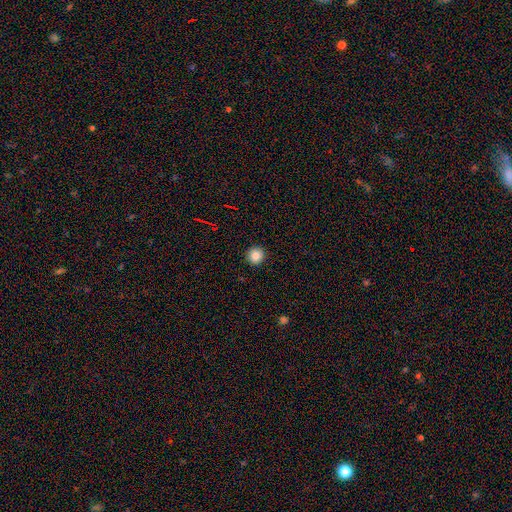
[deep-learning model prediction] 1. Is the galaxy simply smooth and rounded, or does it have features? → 84% smooth, 11% star or artifact, 5% featured or disk.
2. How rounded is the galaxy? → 94% round, 5% in between, 1% cigar-shaped.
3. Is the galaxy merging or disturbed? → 93% none, 5% minor disturbance, 2% major disturbance, 1% merger.